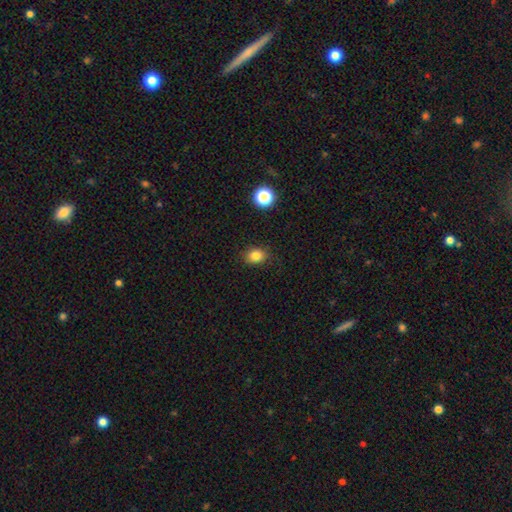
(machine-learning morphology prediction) The model was most divided on "how rounded": in between: 52%, round: 47%, cigar-shaped: 1%. More confident: merging — none (85%); smooth or featured — smooth (82%).